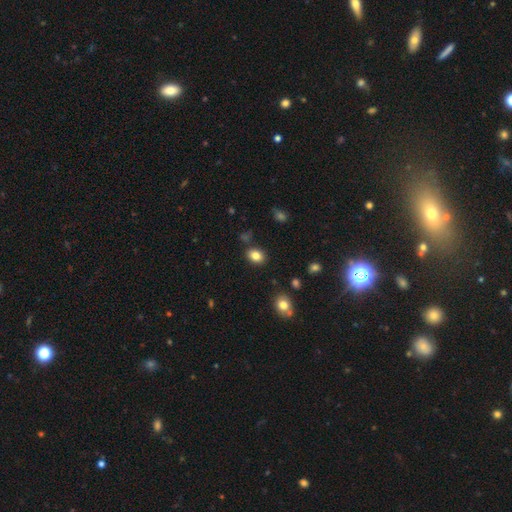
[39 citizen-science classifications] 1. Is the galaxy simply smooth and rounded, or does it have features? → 74% smooth, 15% featured or disk, 10% star or artifact.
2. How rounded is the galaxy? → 72% in between, 28% round, 0% cigar-shaped.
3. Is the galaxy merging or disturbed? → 83% none, 9% merger, 6% minor disturbance, 3% major disturbance.